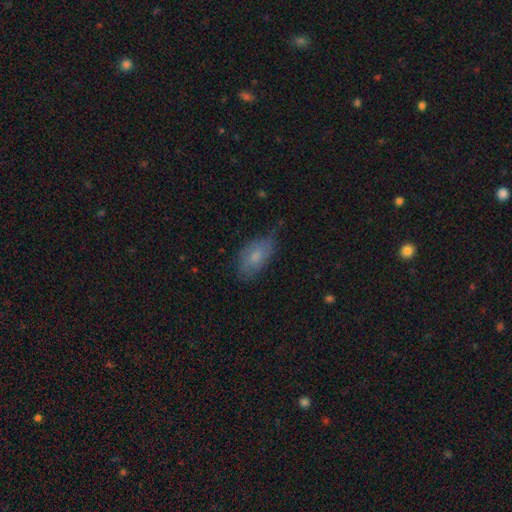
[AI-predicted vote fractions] smooth-or-featured: smooth: 69% | featured or disk: 23% | star or artifact: 8%
  how-rounded: in between: 91% | cigar-shaped: 5% | round: 5%
  merging: none: 54% | minor disturbance: 35% | major disturbance: 10% | merger: 2%